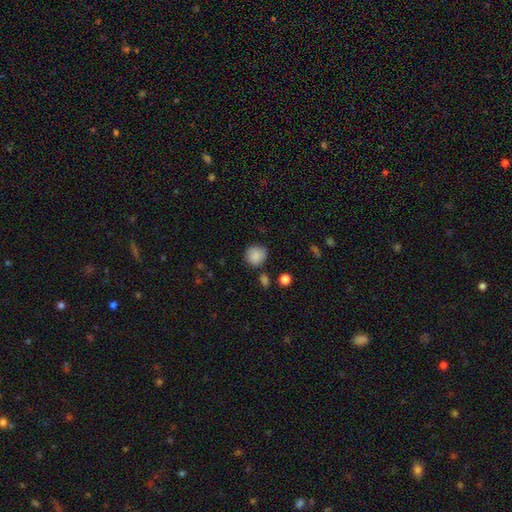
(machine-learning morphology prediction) A smooth galaxy with no disk features (86%) that is round (87%). Merging: none (76%).